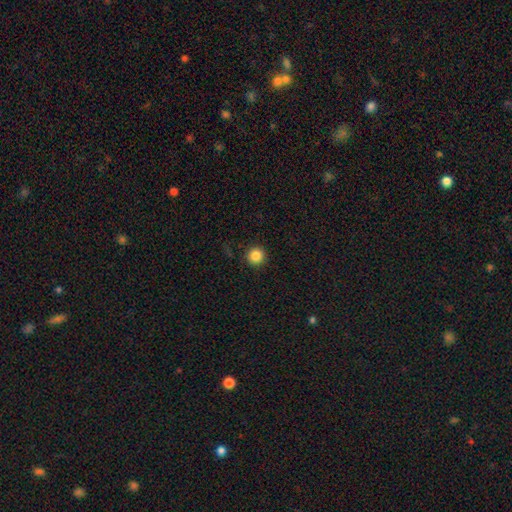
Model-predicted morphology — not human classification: smooth_or_featured: smooth (p=0.86) [alt: star or artifact p=0.11]
how_rounded: round (p=0.96) [alt: in between p=0.03]
merging: none (p=0.92) [alt: minor disturbance p=0.05]